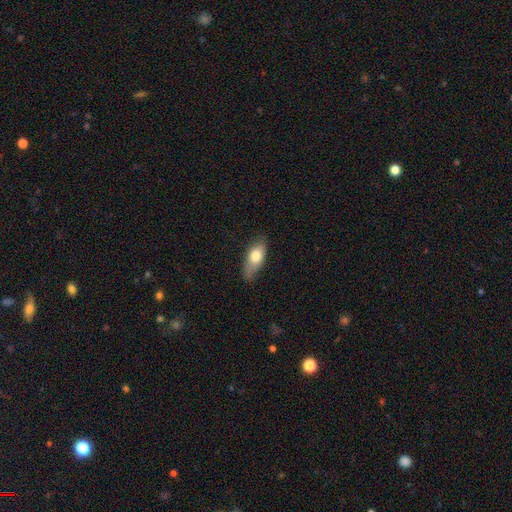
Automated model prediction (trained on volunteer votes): Morphology: type=smooth (73%); roundness=in between (82%); merging=none (72%).